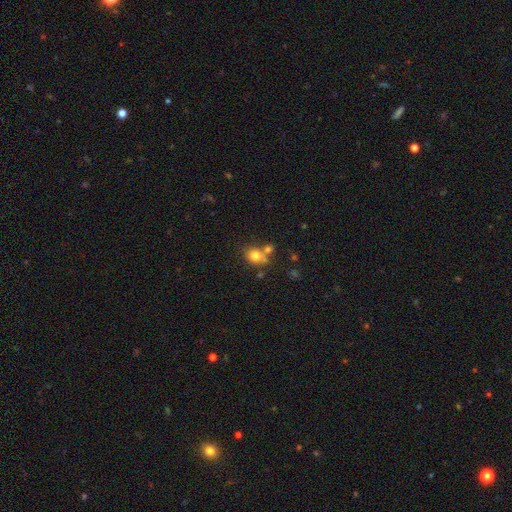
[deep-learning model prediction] A smooth galaxy with no disk features (78%) that is round (64%).

Vote fractions:
- Smooth or featured? smooth: 78% / star or artifact: 12% / featured or disk: 11%
- How rounded? round: 64% / in between: 34% / cigar-shaped: 1%
- Merging? none: 50% / merger: 31% / minor disturbance: 14% / major disturbance: 5%